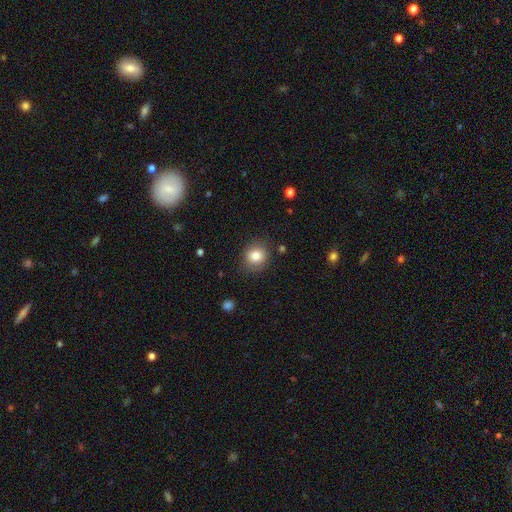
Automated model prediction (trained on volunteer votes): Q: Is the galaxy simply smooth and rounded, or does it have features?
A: smooth — 82%.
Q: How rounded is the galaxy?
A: round — 80%.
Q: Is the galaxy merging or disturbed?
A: none — 84%.